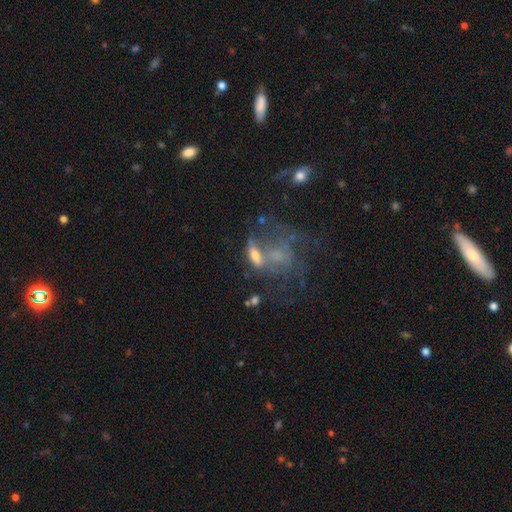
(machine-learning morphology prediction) Smooth or featured: featured or disk — 43% (smooth — 41%)
Merging: none — 36% (major disturbance — 24%)